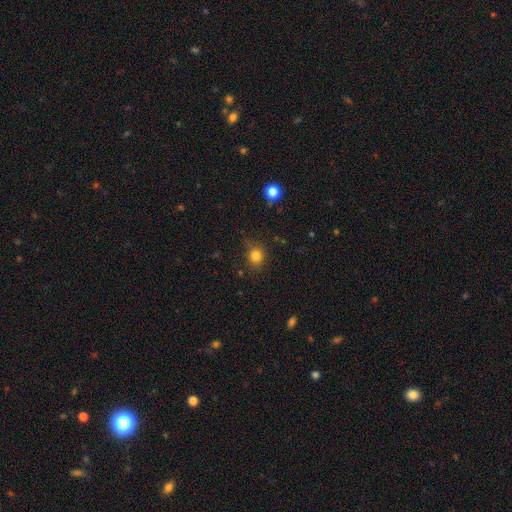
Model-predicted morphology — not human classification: Smooth or featured? smooth (82%)
How rounded? round (82%)
Merging? none (79%)